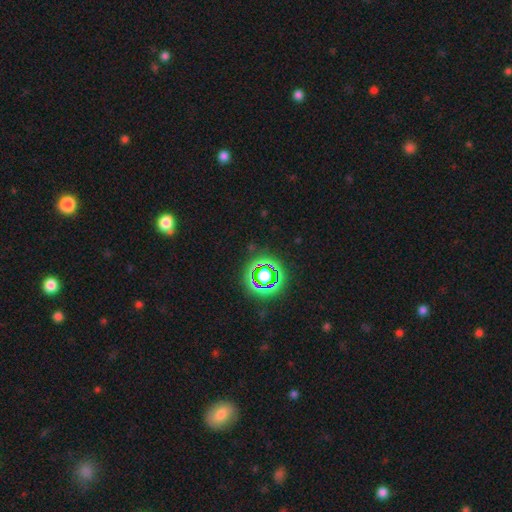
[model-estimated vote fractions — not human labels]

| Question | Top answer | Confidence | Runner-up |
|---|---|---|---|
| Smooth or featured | star or artifact | 75% | smooth (18%) |